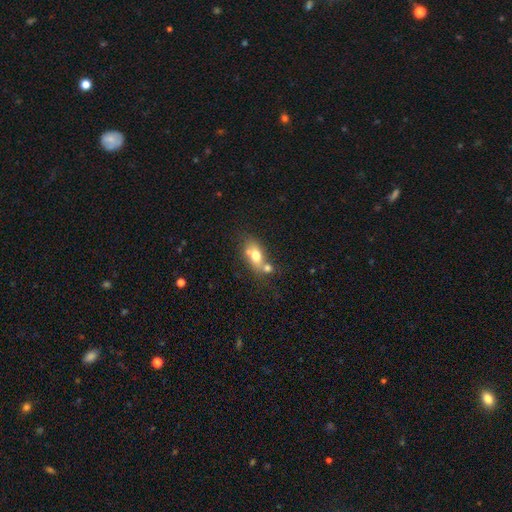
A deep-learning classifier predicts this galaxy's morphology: smooth 66%, featured or disk 24%, star or artifact 10%. Down the decision tree: how rounded — in between (74%); merging — merger (42%).